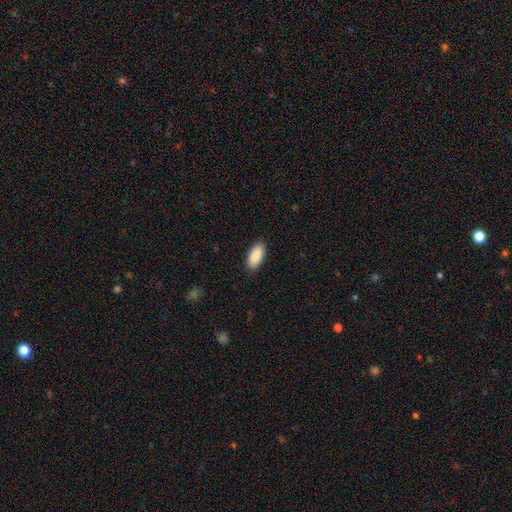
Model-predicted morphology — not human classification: The model was most divided on "merging": none: 89%, minor disturbance: 8%, major disturbance: 2%, merger: 1%. More confident: how rounded — in between (92%); smooth or featured — smooth (91%).